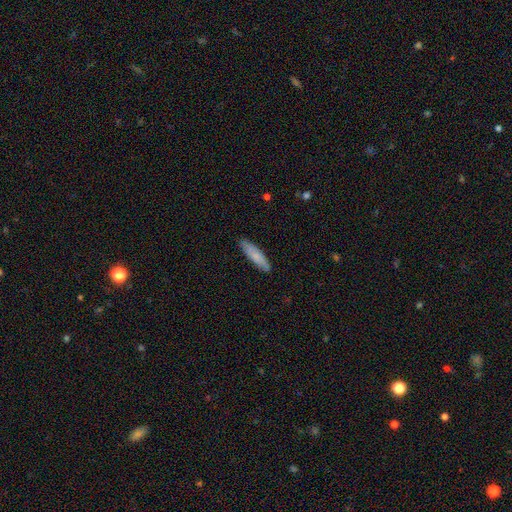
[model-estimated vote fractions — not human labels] Smooth or featured?
  - smooth: 79% *
  - featured or disk: 15%
  - star or artifact: 5%
How rounded?
  - cigar-shaped: 72% *
  - in between: 27%
  - round: 1%
Merging?
  - none: 87% *
  - minor disturbance: 10%
  - major disturbance: 2%
  - merger: 1%